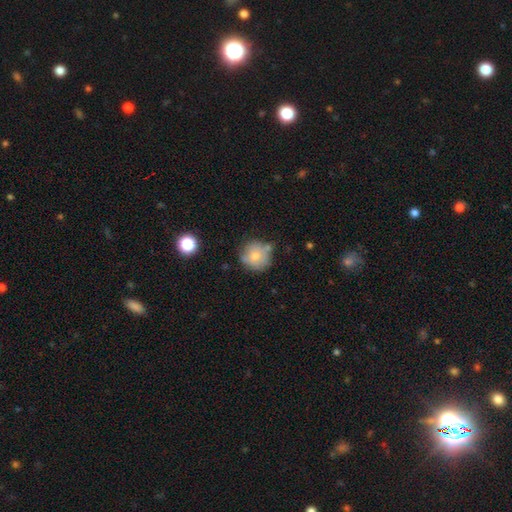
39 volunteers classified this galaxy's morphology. Smooth or featured? smooth (67%)
How rounded? round (96%)
Merging? none (70%)